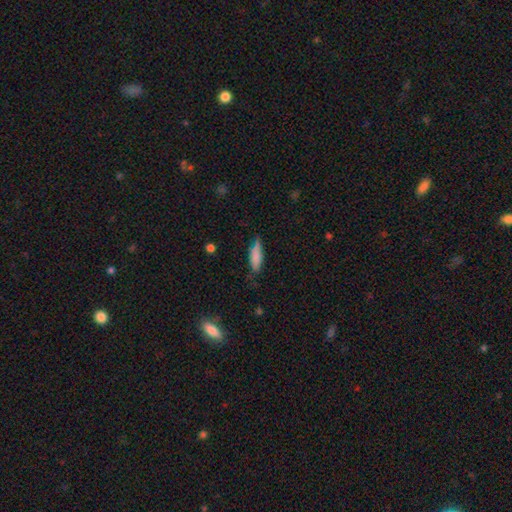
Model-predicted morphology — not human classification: Overall: smooth (77%). How rounded: cigar-shaped (52%; in between 46%). Merging: none (64%; minor disturbance 28%).